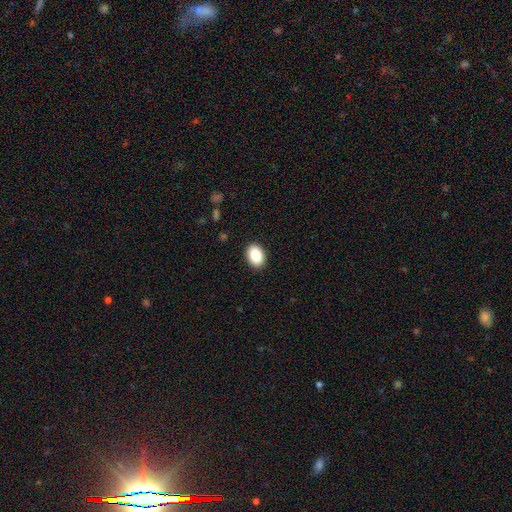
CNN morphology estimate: Smooth or featured? smooth (86%)
How rounded? in between (78%)
Merging? none (91%)